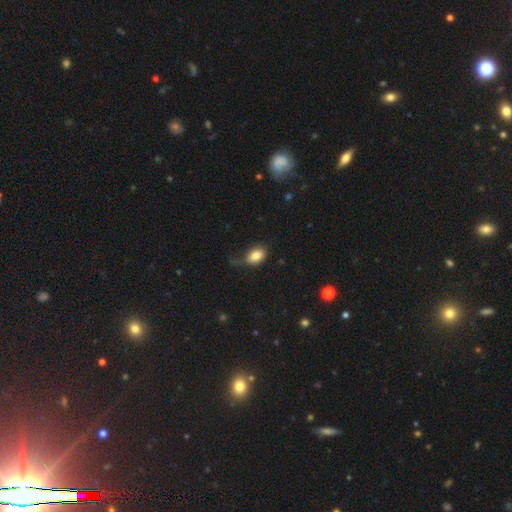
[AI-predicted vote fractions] This appears to be a smooth galaxy with no disk features (83%) that is in between round and cigar-shaped (79%). Merging: none (52%).